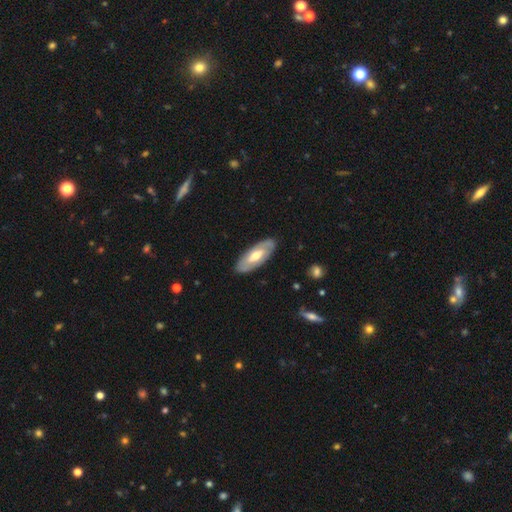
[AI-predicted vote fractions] Smooth or featured? Predicted: featured or disk (p=0.57). Edge-on disk? Predicted: no (p=0.81). Merging? Predicted: none (p=0.86).